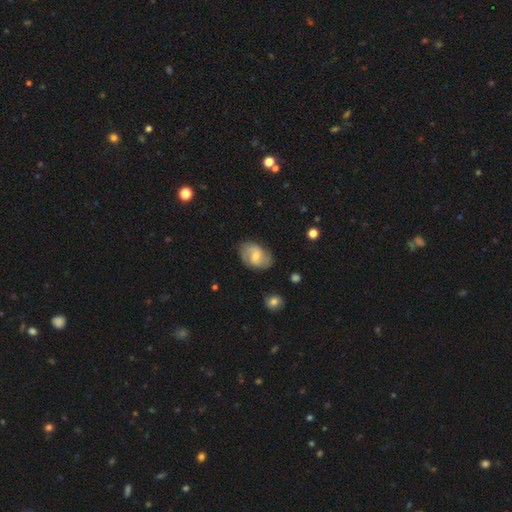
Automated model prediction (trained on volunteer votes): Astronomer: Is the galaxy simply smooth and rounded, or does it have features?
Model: featured or disk — 63%.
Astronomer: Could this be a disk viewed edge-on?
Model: no — 97%.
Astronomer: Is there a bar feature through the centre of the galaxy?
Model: weak — 55% (runner-up: no, 34%).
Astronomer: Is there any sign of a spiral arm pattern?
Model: yes — 88%.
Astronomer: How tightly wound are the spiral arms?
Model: medium — 45% (runner-up: loose, 32%).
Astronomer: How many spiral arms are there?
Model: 2 — 76%.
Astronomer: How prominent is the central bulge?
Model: small — 48% (runner-up: moderate, 46%).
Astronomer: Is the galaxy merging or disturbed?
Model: none — 76%.